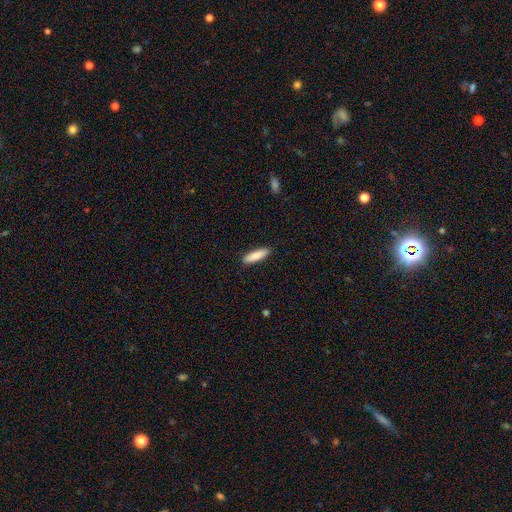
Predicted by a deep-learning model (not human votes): Smooth or featured? smooth (87%)
How rounded? cigar-shaped (65%)
Merging? none (90%)